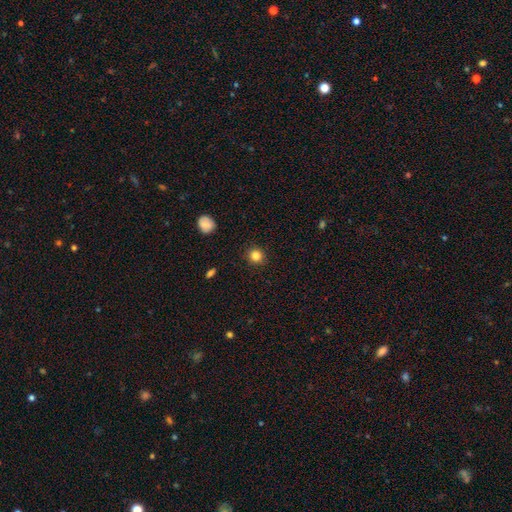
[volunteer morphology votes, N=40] Smooth or featured: smooth — 88% (star or artifact — 8%)
How rounded: round — 97% (in between — 3%)
Merging: none — 86% (minor disturbance — 8%)